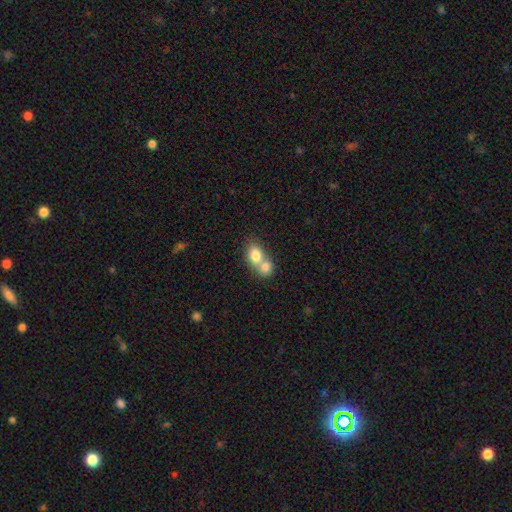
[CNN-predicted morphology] Q: Smooth or featured?
A: smooth (77%); runner-up: featured or disk (15%)
Q: How rounded?
A: in between (56%); runner-up: round (43%)
Q: Merging?
A: merger (70%); runner-up: none (22%)